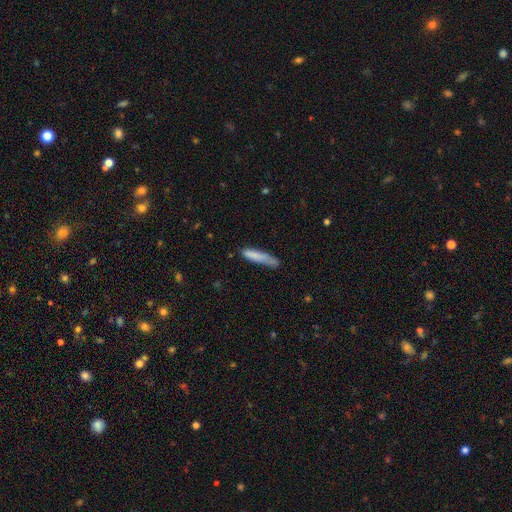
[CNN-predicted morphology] This appears to be a smooth galaxy with no disk features (81%) that is cigar-shaped (87%). Merging: none (62%).